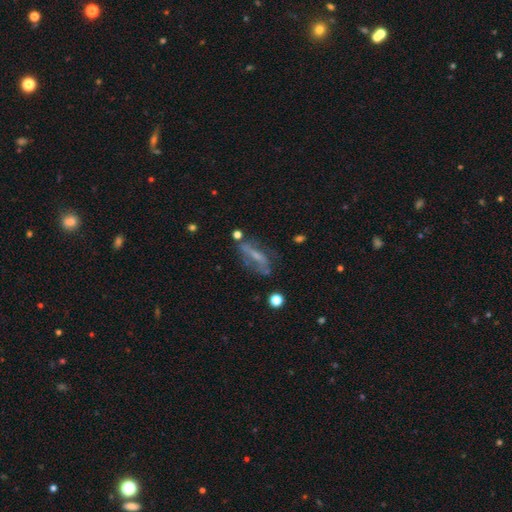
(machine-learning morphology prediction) Q: Smooth or featured?
A: featured or disk (54%); runner-up: smooth (33%)
Q: Edge-on disk?
A: no (68%); runner-up: yes (32%)
Q: Merging?
A: none (51%); runner-up: minor disturbance (24%)